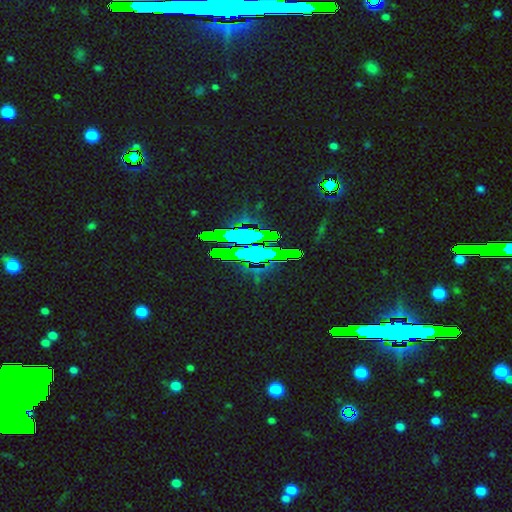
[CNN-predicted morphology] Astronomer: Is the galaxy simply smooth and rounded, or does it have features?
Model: star or artifact — 80%.